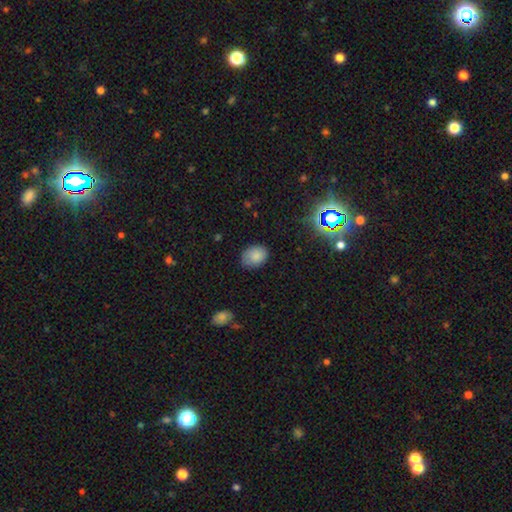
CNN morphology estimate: A smooth galaxy with no disk features (82%) that is in between round and cigar-shaped (70%).

Vote fractions:
- Smooth or featured? smooth: 82% / star or artifact: 10% / featured or disk: 7%
- How rounded? in between: 70% / round: 29% / cigar-shaped: 1%
- Merging? none: 75% / minor disturbance: 20% / major disturbance: 4% / merger: 1%